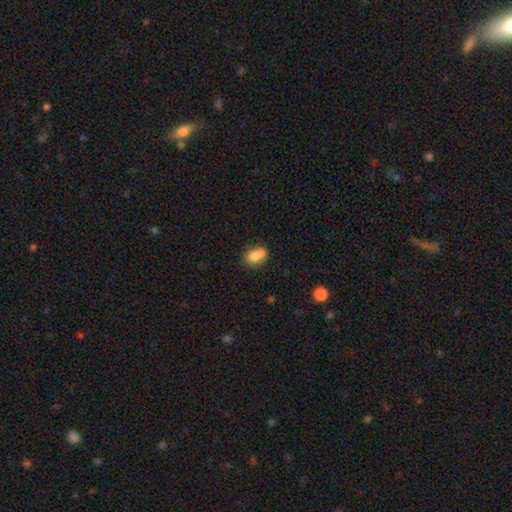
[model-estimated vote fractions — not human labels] Smooth or featured?
  - smooth: 83% *
  - star or artifact: 9%
  - featured or disk: 8%
How rounded?
  - in between: 78% *
  - round: 20%
  - cigar-shaped: 2%
Merging?
  - none: 59% *
  - minor disturbance: 27%
  - merger: 8%
  - major disturbance: 6%